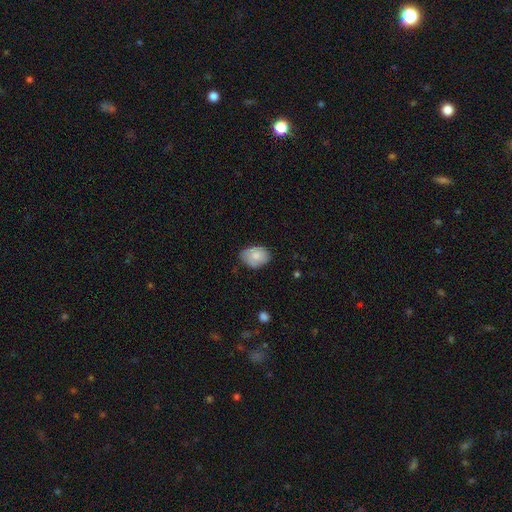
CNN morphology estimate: smooth 80%, featured or disk 13%, star or artifact 7%. Down the decision tree: how rounded — in between (76%); merging — none (69%).